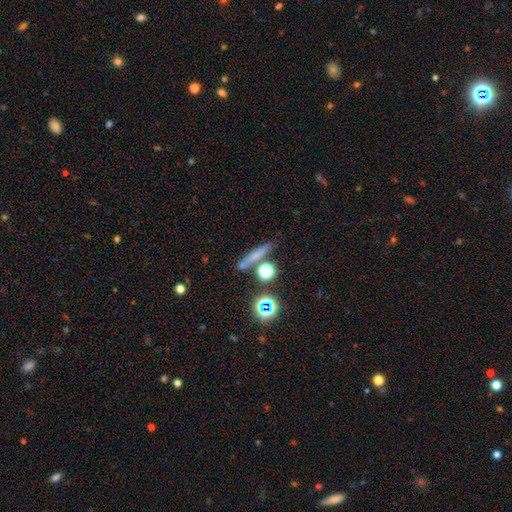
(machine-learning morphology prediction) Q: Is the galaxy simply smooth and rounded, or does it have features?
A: smooth — 58%.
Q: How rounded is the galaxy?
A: cigar-shaped — 71%.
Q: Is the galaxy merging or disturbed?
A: none — 72%.